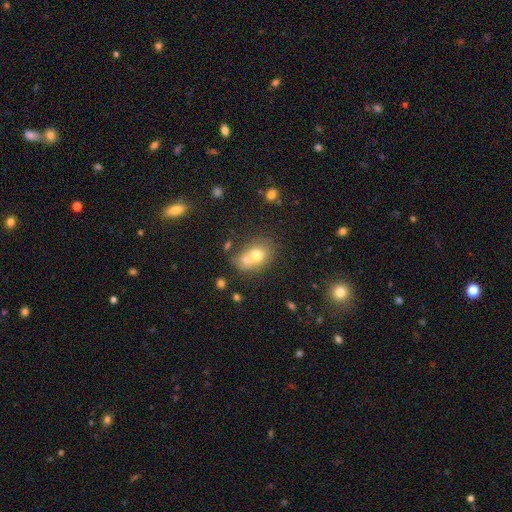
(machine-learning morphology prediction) Smooth or featured? Predicted: smooth (p=0.69). How rounded? Predicted: round (p=0.51). Merging? Predicted: merger (p=0.52).